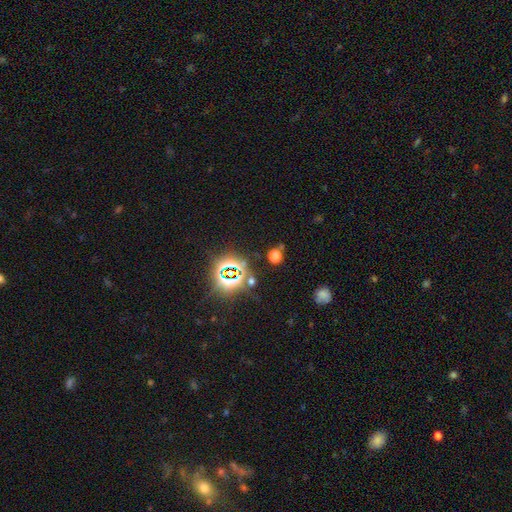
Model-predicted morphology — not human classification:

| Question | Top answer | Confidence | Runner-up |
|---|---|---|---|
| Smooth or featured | star or artifact | 78% | smooth (14%) |